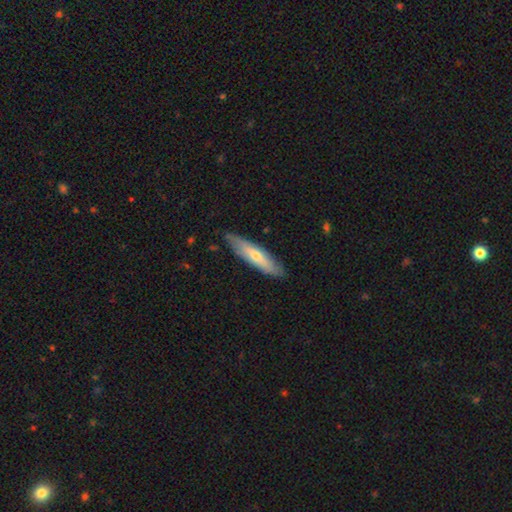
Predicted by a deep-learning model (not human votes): The model was most divided on "smooth or featured": smooth: 57%, featured or disk: 37%, star or artifact: 5%. More confident: merging — none (83%); how rounded — cigar-shaped (78%).